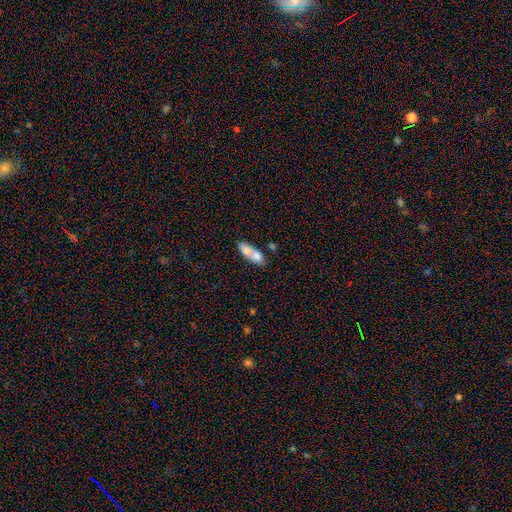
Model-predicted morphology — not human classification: smooth_or_featured: smooth (p=0.69) [alt: featured or disk p=0.23]
how_rounded: in between (p=0.67) [alt: cigar-shaped p=0.24]
merging: merger (p=0.57) [alt: none p=0.26]